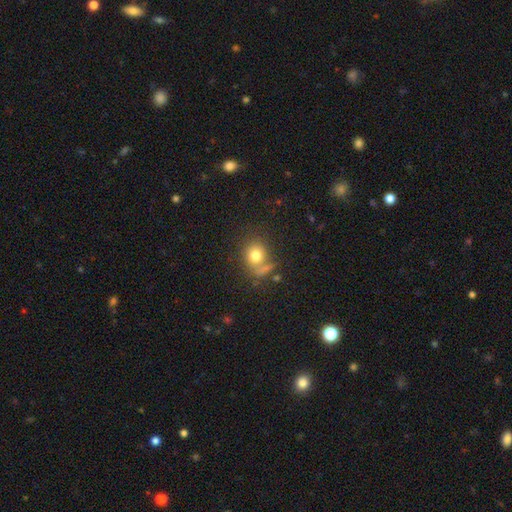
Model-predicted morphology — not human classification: This is likely a smooth galaxy (77%). How rounded: likely round (71%). Merging: possibly none (54%).